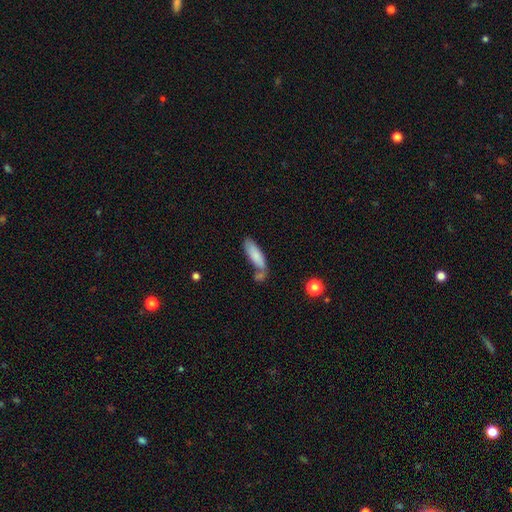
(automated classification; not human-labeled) Smooth or featured? smooth (80%)
How rounded? in between (54%)
Merging? none (47%)